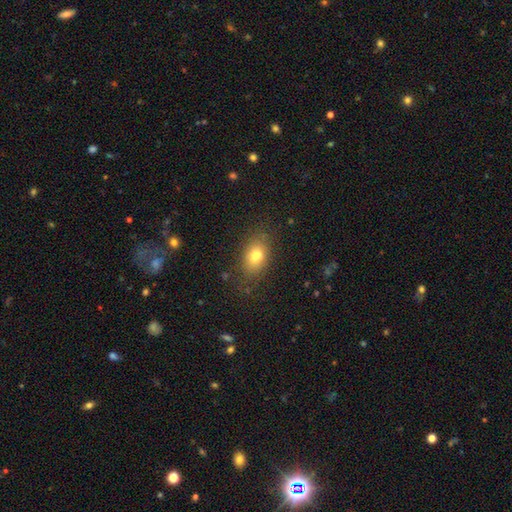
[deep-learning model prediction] smooth-or-featured: smooth: 78% | featured or disk: 12% | star or artifact: 10%
  how-rounded: in between: 83% | round: 14% | cigar-shaped: 3%
  merging: none: 78% | minor disturbance: 15% | major disturbance: 5% | merger: 2%